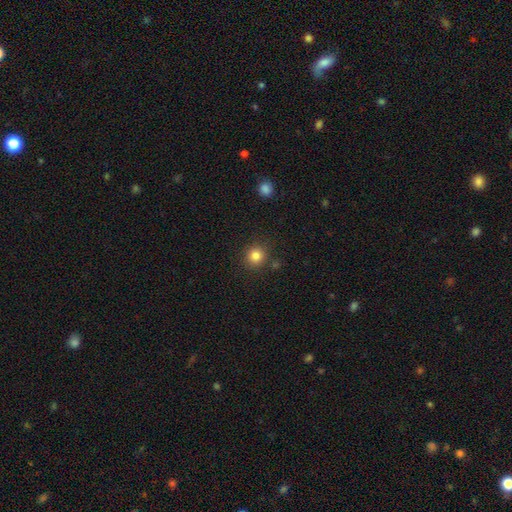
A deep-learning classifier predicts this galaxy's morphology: smooth 82%, star or artifact 12%, featured or disk 6%. Down the decision tree: how rounded — round (90%); merging — none (87%).